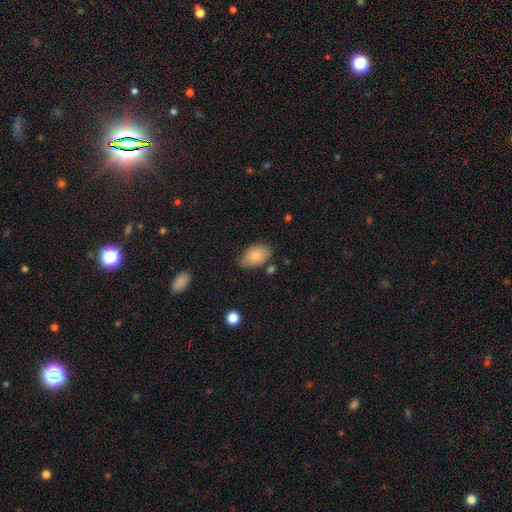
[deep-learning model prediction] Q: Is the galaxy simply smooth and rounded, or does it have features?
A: smooth — 83%.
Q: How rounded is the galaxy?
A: in between — 88%.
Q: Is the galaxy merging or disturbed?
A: none — 64%.